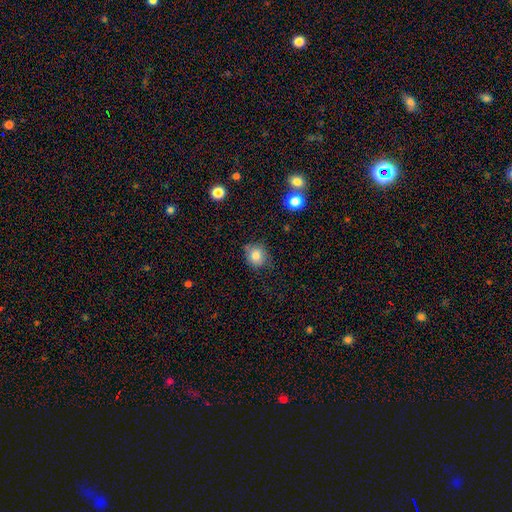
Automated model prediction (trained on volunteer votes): Smooth or featured? smooth (81%)
How rounded? round (81%)
Merging? none (74%)